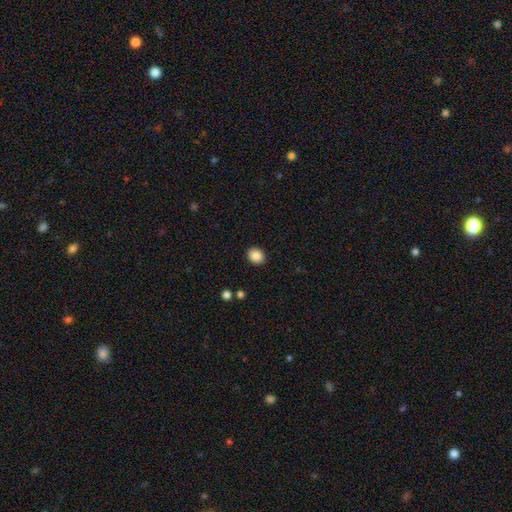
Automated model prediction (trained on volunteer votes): Smooth or featured?
  - smooth: 86% *
  - star or artifact: 9%
  - featured or disk: 5%
How rounded?
  - round: 58% *
  - in between: 41%
  - cigar-shaped: 1%
Merging?
  - none: 91% *
  - minor disturbance: 6%
  - major disturbance: 2%
  - merger: 1%